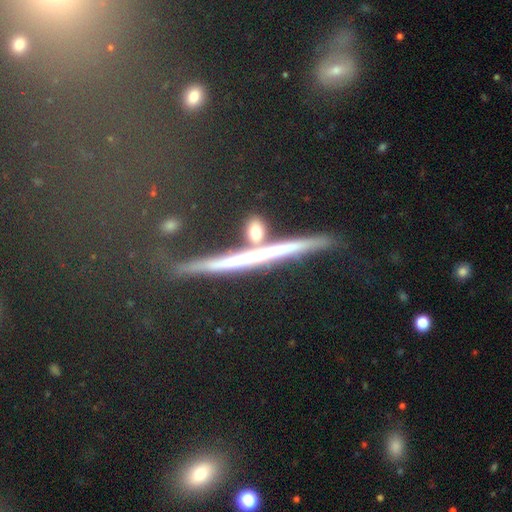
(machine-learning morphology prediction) Q: Smooth or featured?
A: featured or disk (50%); runner-up: smooth (28%)
Q: Edge-on disk?
A: yes (88%); runner-up: no (12%)
Q: Merging?
A: none (71%); runner-up: minor disturbance (13%)